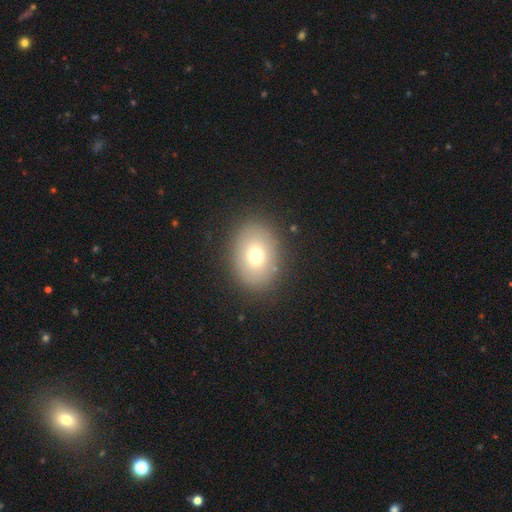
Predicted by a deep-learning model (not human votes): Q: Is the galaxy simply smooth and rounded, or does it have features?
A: smooth — 72%.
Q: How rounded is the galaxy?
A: in between — 63%.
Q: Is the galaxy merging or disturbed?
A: none — 87%.